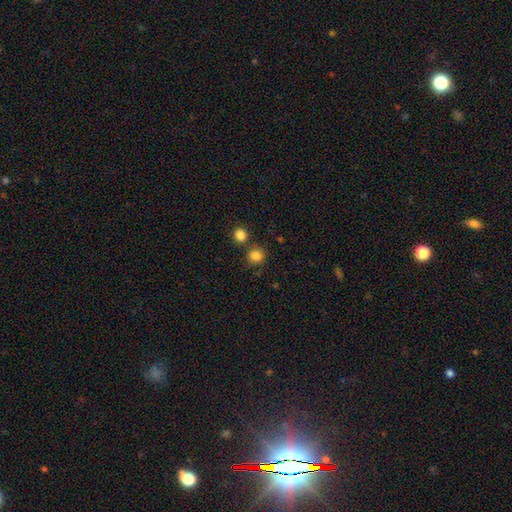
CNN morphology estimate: Overall: smooth (84%). How rounded: round (87%). Merging: none (73%).